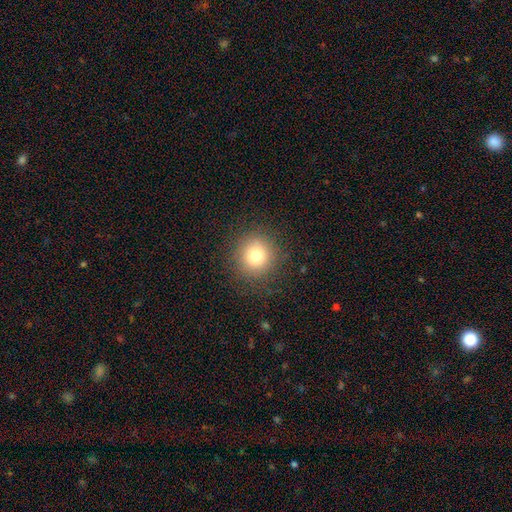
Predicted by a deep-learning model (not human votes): This appears to be a smooth galaxy with no disk features (76%) that is round (93%). Merging: none (87%).